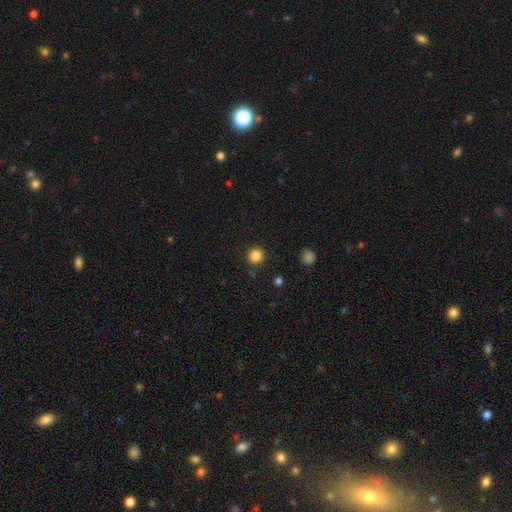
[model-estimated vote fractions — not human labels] The model was most divided on "smooth or featured": smooth: 85%, star or artifact: 12%, featured or disk: 3%. More confident: how rounded — round (94%); merging — none (90%).